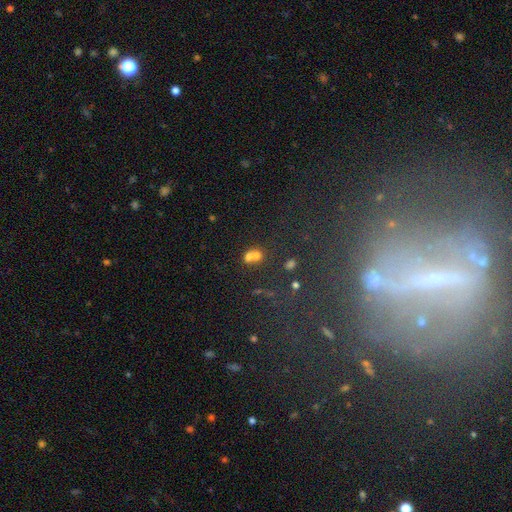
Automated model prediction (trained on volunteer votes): A smooth galaxy with no disk features (65%) that is round (68%).

Vote fractions:
- Smooth or featured? smooth: 65% / star or artifact: 18% / featured or disk: 17%
- How rounded? round: 68% / in between: 30% / cigar-shaped: 1%
- Merging? merger: 57% / none: 32% / minor disturbance: 7% / major disturbance: 4%